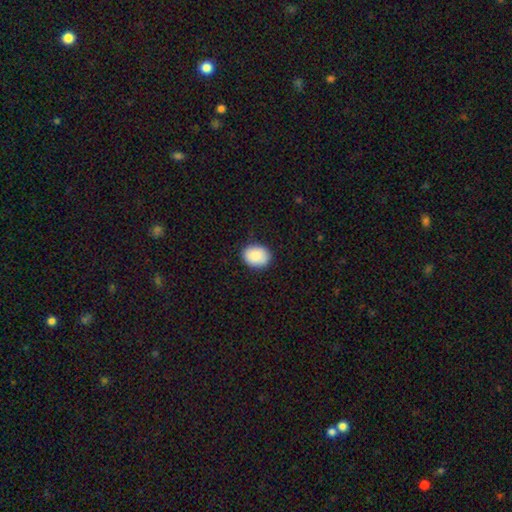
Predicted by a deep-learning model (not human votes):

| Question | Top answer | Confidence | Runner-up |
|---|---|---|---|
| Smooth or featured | smooth | 88% | star or artifact (7%) |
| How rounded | in between | 54% | round (45%) |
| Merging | none | 86% | minor disturbance (10%) |